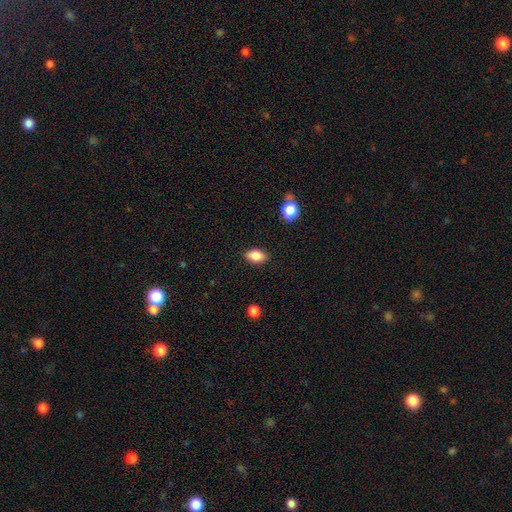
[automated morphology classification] Smooth or featured?
  - smooth: 84% *
  - star or artifact: 9%
  - featured or disk: 8%
How rounded?
  - in between: 86% *
  - round: 11%
  - cigar-shaped: 3%
Merging?
  - none: 85% *
  - minor disturbance: 11%
  - major disturbance: 3%
  - merger: 1%